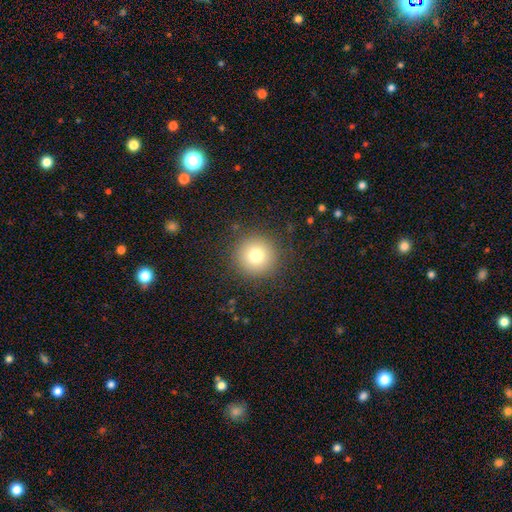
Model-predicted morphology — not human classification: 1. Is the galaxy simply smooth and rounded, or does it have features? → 76% smooth, 13% star or artifact, 10% featured or disk.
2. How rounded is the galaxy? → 96% round, 3% in between, 1% cigar-shaped.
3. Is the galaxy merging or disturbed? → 89% none, 7% minor disturbance, 3% major disturbance, 1% merger.